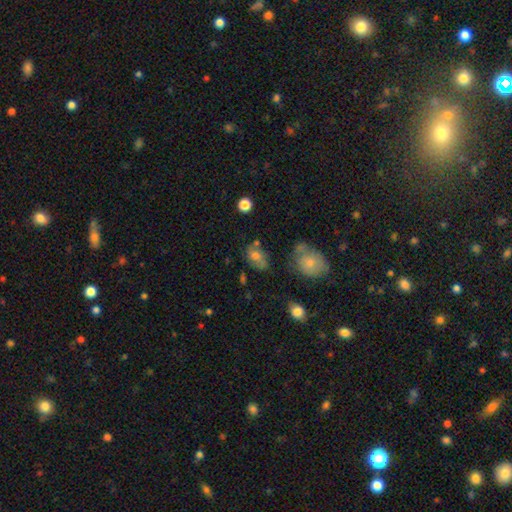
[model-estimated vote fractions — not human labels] Smooth or featured? smooth (68%)
How rounded? in between (78%)
Merging? none (54%)